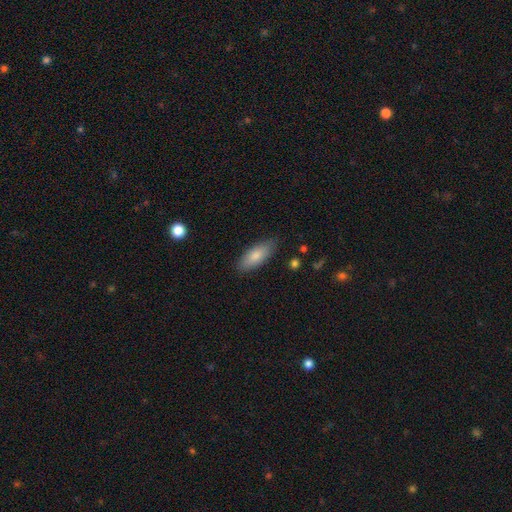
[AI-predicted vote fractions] smooth_or_featured: smooth (p=0.82) [alt: featured or disk p=0.12]
how_rounded: in between (p=0.79) [alt: cigar-shaped p=0.19]
merging: none (p=0.83) [alt: minor disturbance p=0.13]